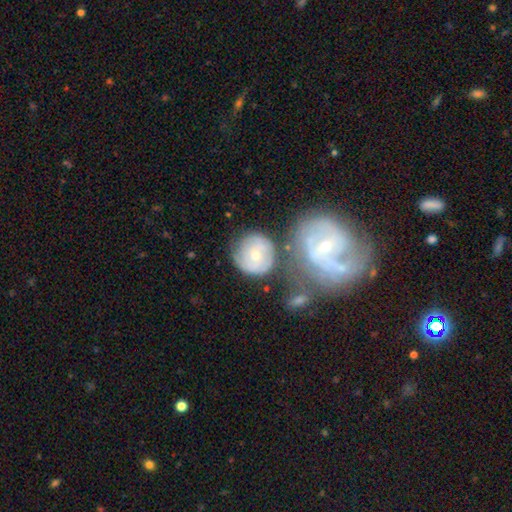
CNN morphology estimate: Overall: featured or disk (58%; smooth 35%). Edge-on disk: no (97%). Bar: no (71%). Spiral arms: yes (78%). Bulge size: small (51%; moderate 45%). Merging: none (51%; merger 24%).